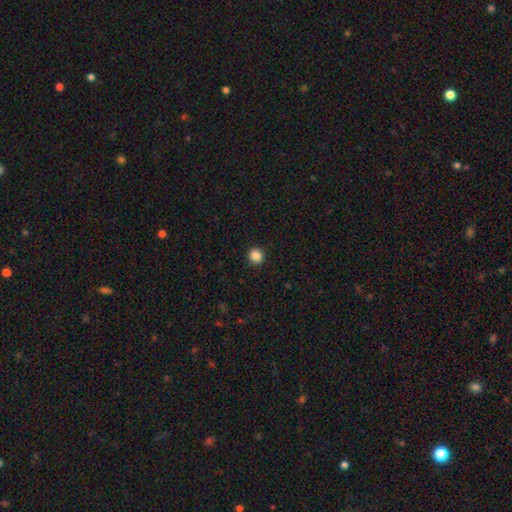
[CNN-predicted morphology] The model was most divided on "smooth or featured": smooth: 87%, star or artifact: 10%, featured or disk: 3%. More confident: merging — none (92%); how rounded — round (89%).